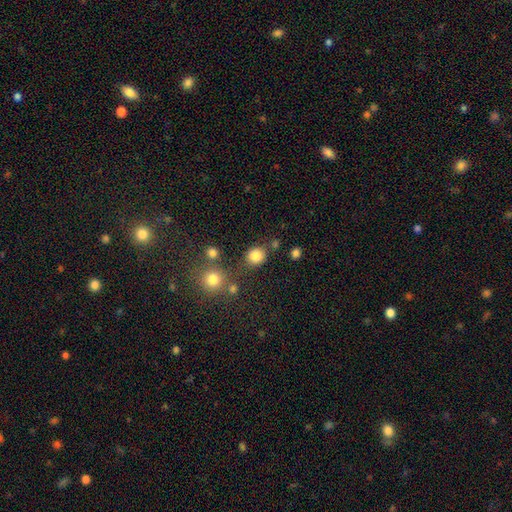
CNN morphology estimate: Q: Smooth or featured?
A: smooth (83%); runner-up: star or artifact (12%)
Q: How rounded?
A: round (78%); runner-up: in between (21%)
Q: Merging?
A: none (76%); runner-up: minor disturbance (12%)